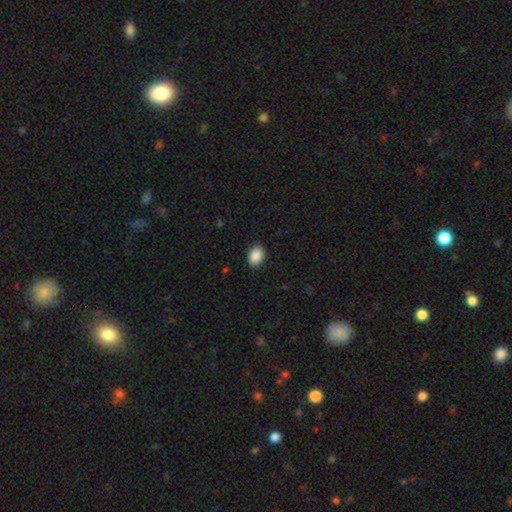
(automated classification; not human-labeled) Smooth or featured: smooth — 90% (star or artifact — 7%)
How rounded: in between — 77% (round — 22%)
Merging: none — 88% (minor disturbance — 9%)